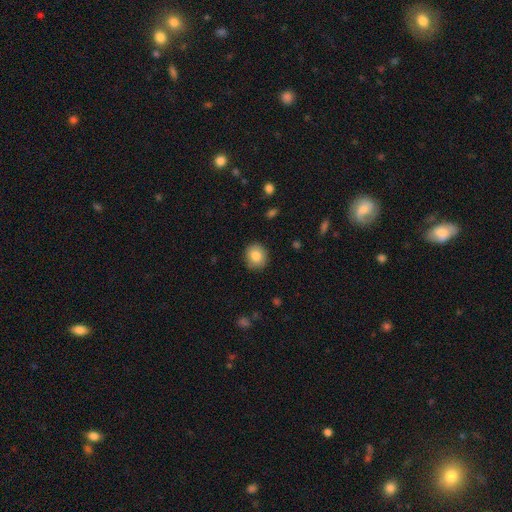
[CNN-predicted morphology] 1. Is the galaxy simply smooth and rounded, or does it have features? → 83% smooth, 8% star or artifact, 8% featured or disk.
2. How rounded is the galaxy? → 80% round, 19% in between, 1% cigar-shaped.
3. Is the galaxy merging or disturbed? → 89% none, 8% minor disturbance, 2% major disturbance, 1% merger.